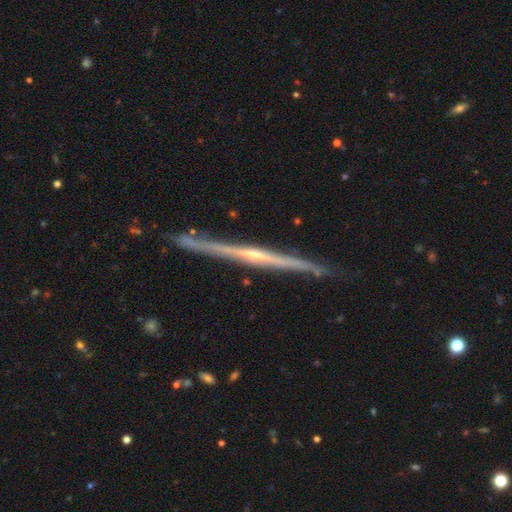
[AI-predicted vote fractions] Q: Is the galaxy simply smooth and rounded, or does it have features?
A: featured or disk — 86%.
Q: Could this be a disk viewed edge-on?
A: yes — 98%.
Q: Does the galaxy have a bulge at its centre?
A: rounded — 55%.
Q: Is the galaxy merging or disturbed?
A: none — 86%.